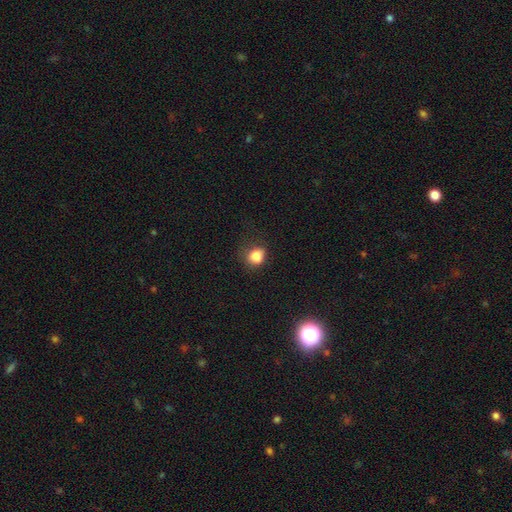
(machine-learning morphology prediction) Smooth or featured?
  - smooth: 83% *
  - star or artifact: 11%
  - featured or disk: 5%
How rounded?
  - round: 64% *
  - in between: 35%
  - cigar-shaped: 1%
Merging?
  - none: 60% *
  - minor disturbance: 26%
  - major disturbance: 11%
  - merger: 2%